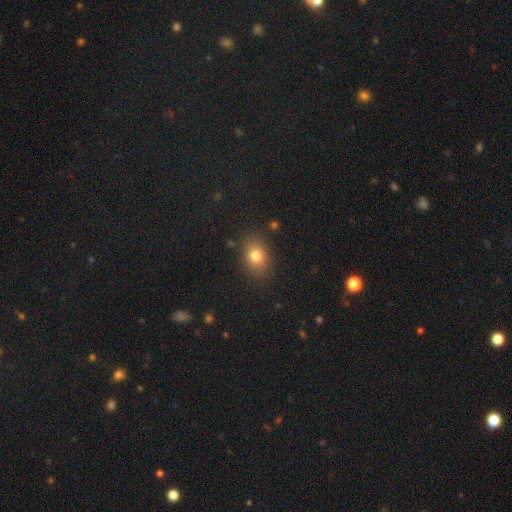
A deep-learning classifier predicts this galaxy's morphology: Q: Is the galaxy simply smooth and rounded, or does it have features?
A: smooth — 79%.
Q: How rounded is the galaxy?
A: in between — 66%.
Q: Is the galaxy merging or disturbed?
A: none — 84%.